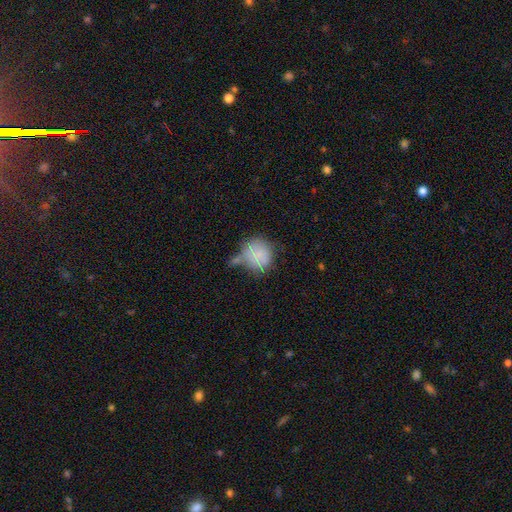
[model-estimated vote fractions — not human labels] This appears to be a smooth galaxy with no disk features (75%) that is round (82%). Merging: none (40%).